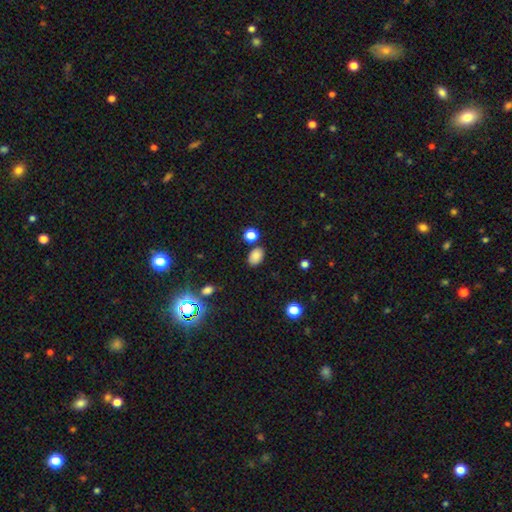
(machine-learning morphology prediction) Smooth or featured? smooth (84%)
How rounded? in between (84%)
Merging? none (80%)